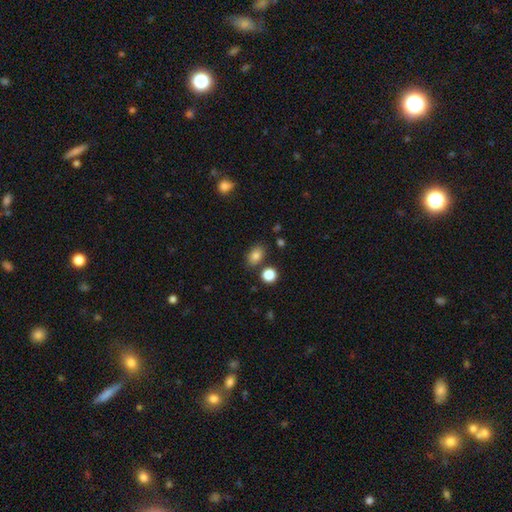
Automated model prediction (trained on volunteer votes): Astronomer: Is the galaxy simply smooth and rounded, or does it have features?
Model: smooth — 82%.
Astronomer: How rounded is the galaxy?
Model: in between — 78%.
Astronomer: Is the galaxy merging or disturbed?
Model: none — 78%.